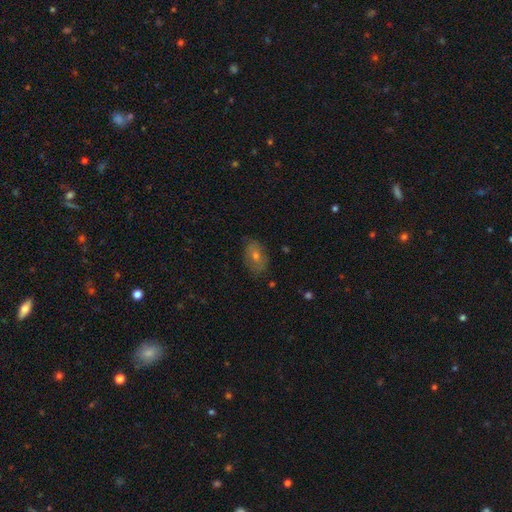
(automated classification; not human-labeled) smooth-or-featured: smooth: 54% | featured or disk: 30% | star or artifact: 16%
  how-rounded: in between: 84% | round: 14% | cigar-shaped: 2%
  merging: none: 79% | minor disturbance: 16% | major disturbance: 4% | merger: 1%